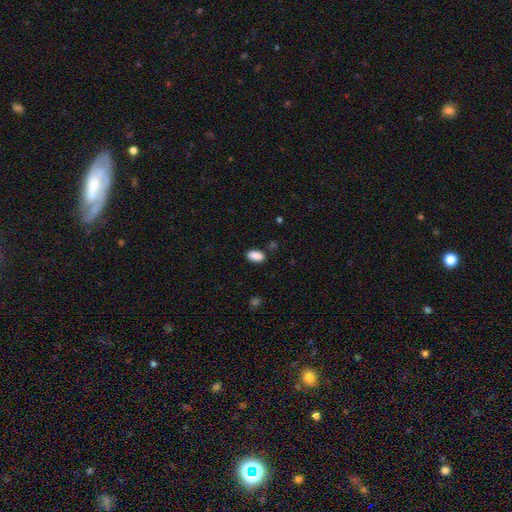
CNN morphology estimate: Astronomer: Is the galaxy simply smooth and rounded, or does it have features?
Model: smooth — 89%.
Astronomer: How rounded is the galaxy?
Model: in between — 92%.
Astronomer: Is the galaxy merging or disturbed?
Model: none — 83%.